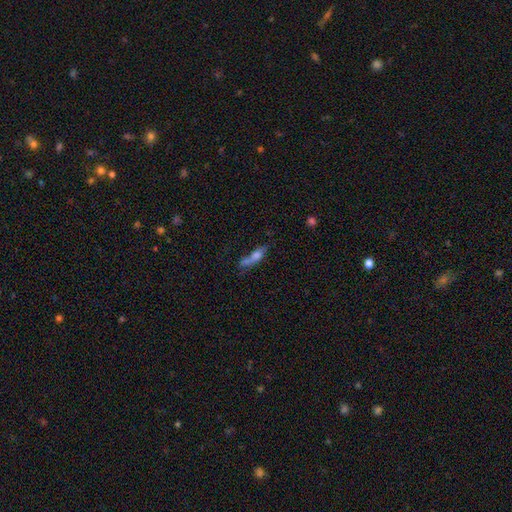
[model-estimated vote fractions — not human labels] A smooth galaxy with no disk features (53%) that is cigar-shaped (65%).

Vote fractions:
- Smooth or featured? smooth: 53% / featured or disk: 35% / star or artifact: 12%
- How rounded? cigar-shaped: 65% / in between: 30% / round: 4%
- Merging? none: 43% / minor disturbance: 22% / merger: 20% / major disturbance: 16%